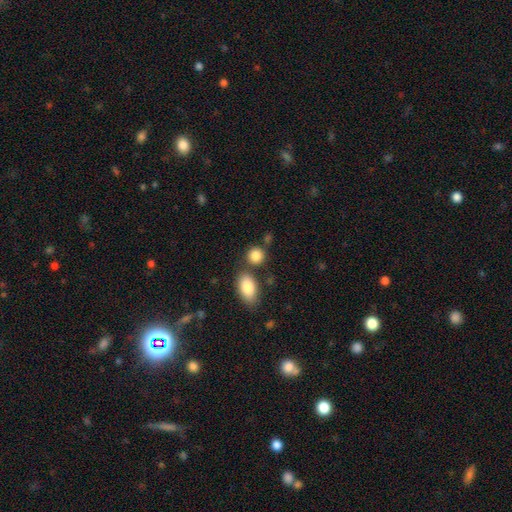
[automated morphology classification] A smooth galaxy with no disk features (86%) that is round (74%). Merging: none (68%).